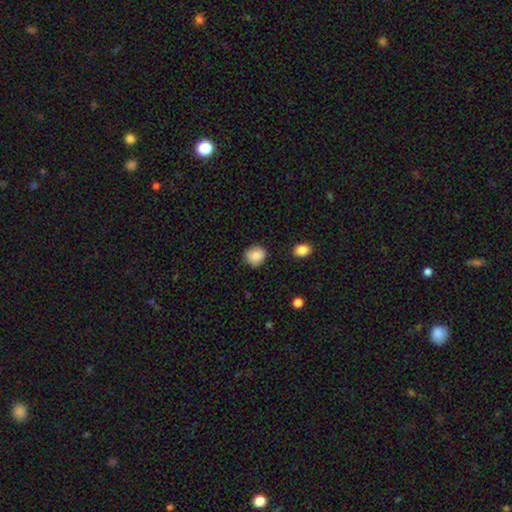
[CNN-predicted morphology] Smooth or featured? smooth (88%)
How rounded? round (81%)
Merging? none (83%)